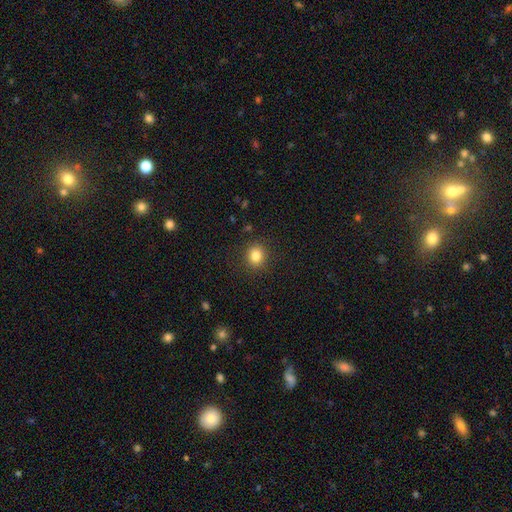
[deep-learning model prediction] This appears to be a smooth galaxy with no disk features (83%) that is round (76%). Merging: none (88%).